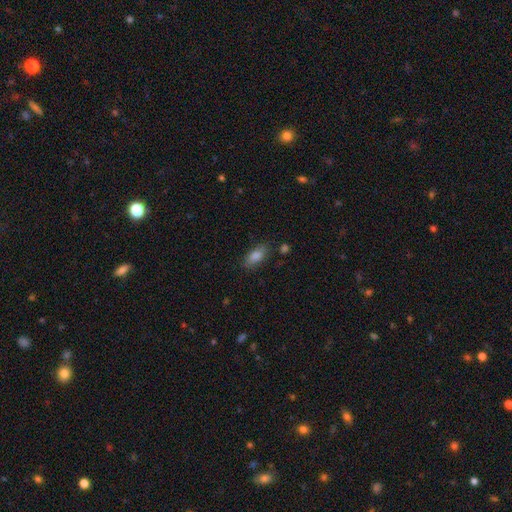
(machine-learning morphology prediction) The model was most divided on "merging": none: 82%, minor disturbance: 13%, major disturbance: 3%, merger: 2%. More confident: how rounded — in between (83%); smooth or featured — smooth (82%).